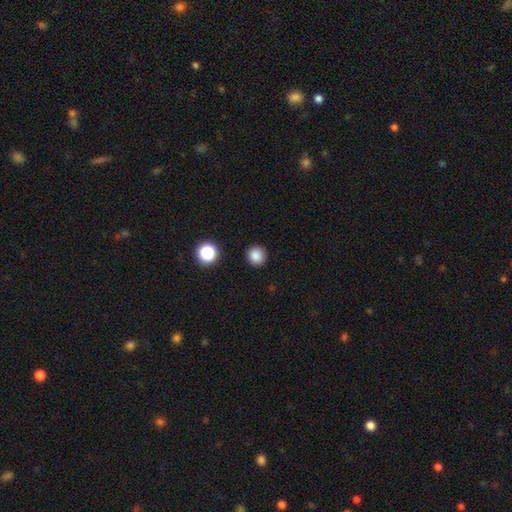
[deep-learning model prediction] A smooth galaxy with no disk features (85%) that is round (95%). Merging: none (92%).